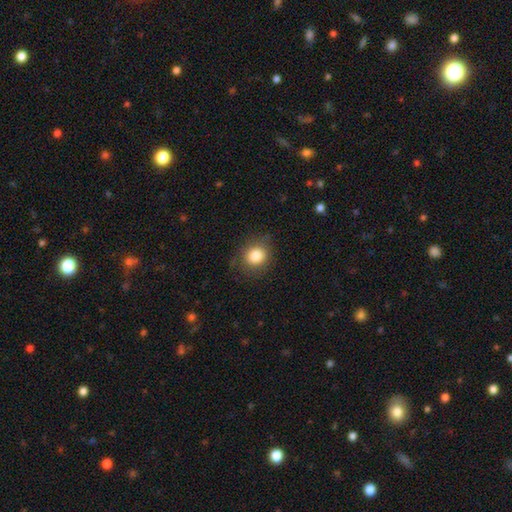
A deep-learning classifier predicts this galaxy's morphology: smooth_or_featured: smooth (p=0.83) [alt: star or artifact p=0.10]
how_rounded: round (p=0.77) [alt: in between p=0.22]
merging: none (p=0.83) [alt: minor disturbance p=0.12]